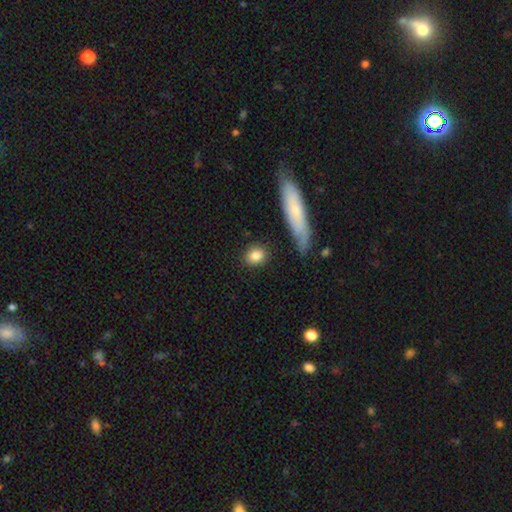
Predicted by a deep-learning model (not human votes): This is clearly a smooth galaxy (84%). How rounded: likely round (60%). Merging: clearly none (85%).